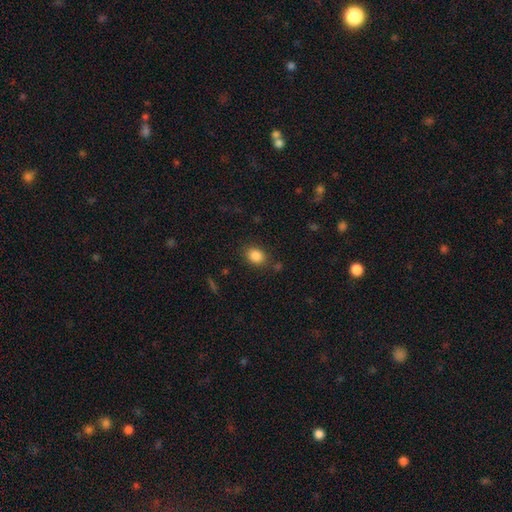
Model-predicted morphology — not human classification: Smooth or featured?
  - smooth: 85% *
  - star or artifact: 10%
  - featured or disk: 5%
How rounded?
  - in between: 61% *
  - round: 38%
  - cigar-shaped: 1%
Merging?
  - none: 81% *
  - minor disturbance: 12%
  - major disturbance: 4%
  - merger: 3%